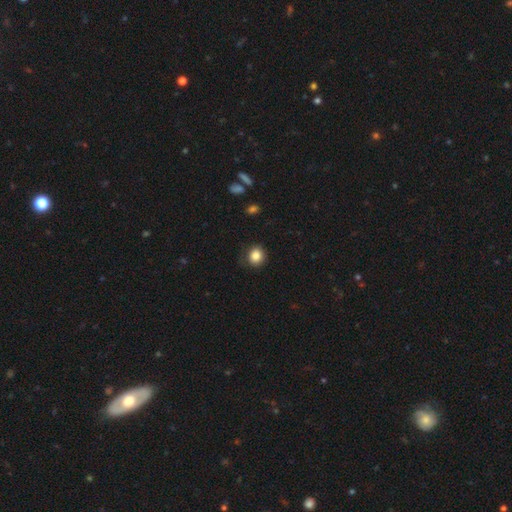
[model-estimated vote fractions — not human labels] smooth-or-featured: smooth: 84% | star or artifact: 10% | featured or disk: 6%
  how-rounded: round: 82% | in between: 17% | cigar-shaped: 1%
  merging: none: 77% | minor disturbance: 16% | major disturbance: 5% | merger: 1%